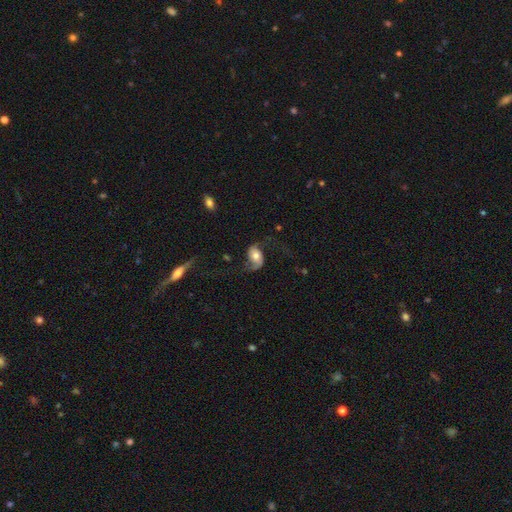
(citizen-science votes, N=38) Morphology: type=featured or disk (82%); edge-on=no (94%); bar=no (59%); spiral arms=yes (90%); winding=loose (85%); arm count=2 (92%); bulge=moderate (66%); merging=none (46%).